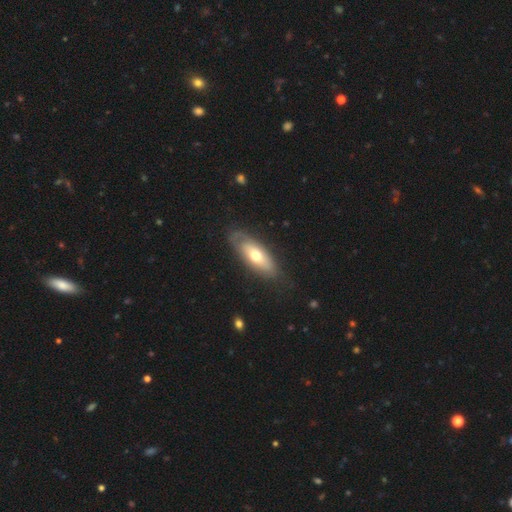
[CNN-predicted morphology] type=smooth (48%); merging=none (70%).